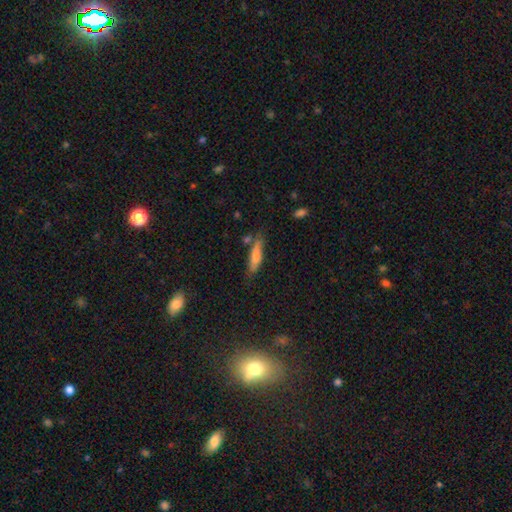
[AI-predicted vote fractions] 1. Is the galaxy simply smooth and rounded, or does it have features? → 75% smooth, 18% featured or disk, 7% star or artifact.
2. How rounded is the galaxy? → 72% cigar-shaped, 26% in between, 2% round.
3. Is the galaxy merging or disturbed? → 63% none, 22% minor disturbance, 9% merger, 6% major disturbance.